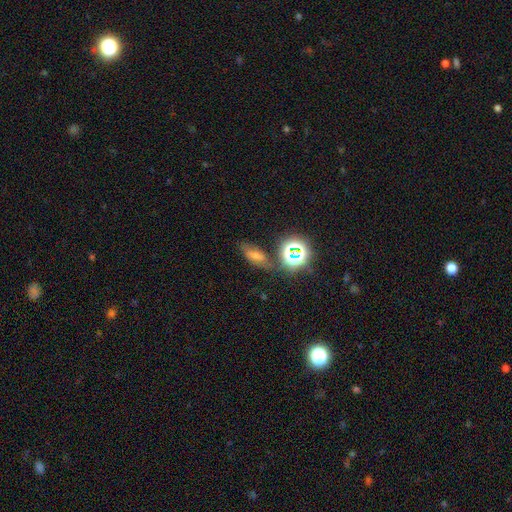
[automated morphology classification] Smooth or featured? Predicted: star or artifact (p=0.40).